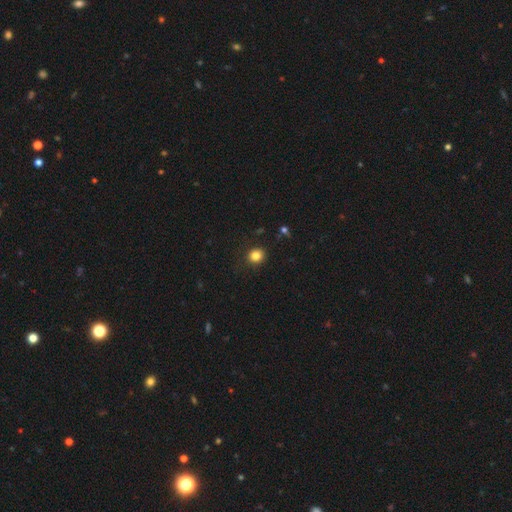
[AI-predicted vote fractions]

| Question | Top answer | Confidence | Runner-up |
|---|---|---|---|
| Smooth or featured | smooth | 83% | star or artifact (12%) |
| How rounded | round | 84% | in between (15%) |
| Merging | none | 88% | minor disturbance (9%) |